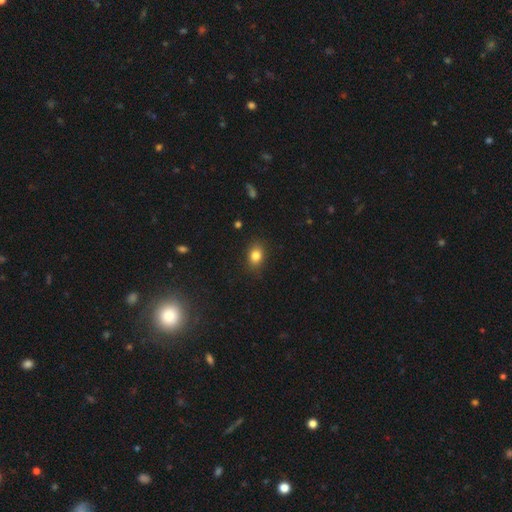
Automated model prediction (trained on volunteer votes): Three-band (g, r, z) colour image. It shows a smooth galaxy with no disk features (82%) that is in between round and cigar-shaped (66%). Merging: none (84%).